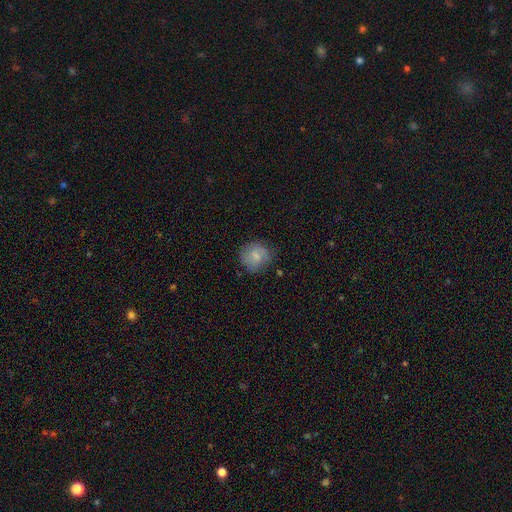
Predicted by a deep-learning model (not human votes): Overall: smooth (75%). How rounded: round (86%). Merging: none (73%).